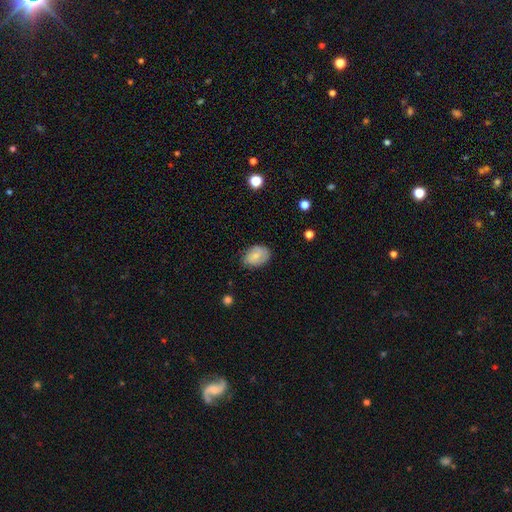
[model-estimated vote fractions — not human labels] This is likely a smooth galaxy (62%). How rounded: likely in between (78%). Merging: likely none (72%).